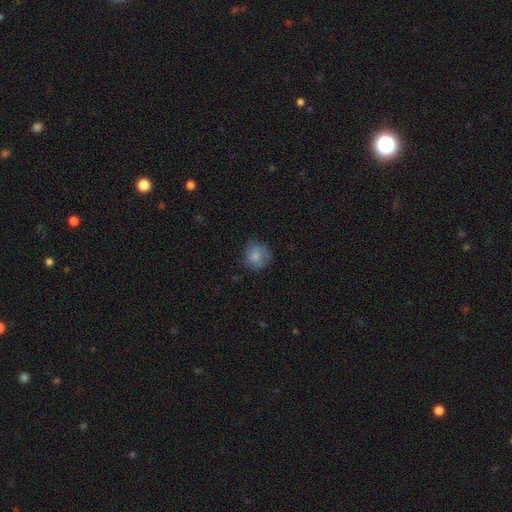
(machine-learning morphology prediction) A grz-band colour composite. It shows a smooth galaxy with no disk features (70%) that is round (80%). Merging: none (65%).